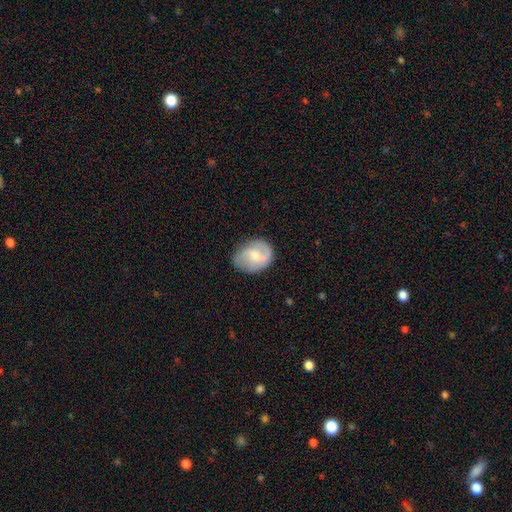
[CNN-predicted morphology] Q: Smooth or featured?
A: featured or disk (55%); runner-up: smooth (38%)
Q: Edge-on disk?
A: no (97%); runner-up: yes (3%)
Q: Bar?
A: no (46%); runner-up: weak (44%)
Q: Spiral arms?
A: yes (83%); runner-up: no (17%)
Q: Bulge size?
A: small (46%); tied with: moderate (46%)
Q: Merging?
A: none (72%); runner-up: minor disturbance (20%)